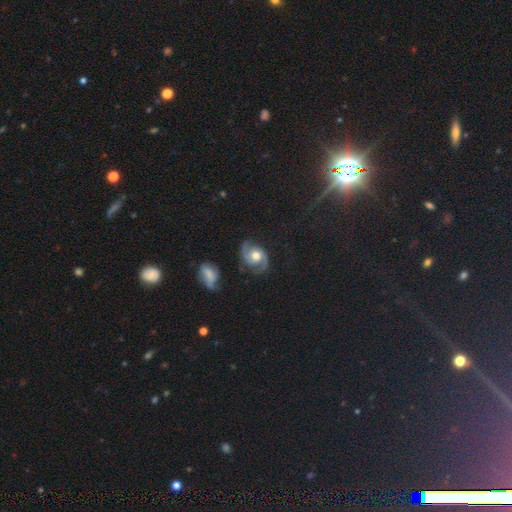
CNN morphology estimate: The model was most divided on "spiral winding": medium: 55%, tight: 26%, loose: 19%. More confident: edge-on disk — no (98%); spiral arms — yes (96%); spiral arm count — 2 (93%); smooth or featured — featured or disk (85%); merging — none (76%); bar — no (72%); bulge size — moderate (62%).